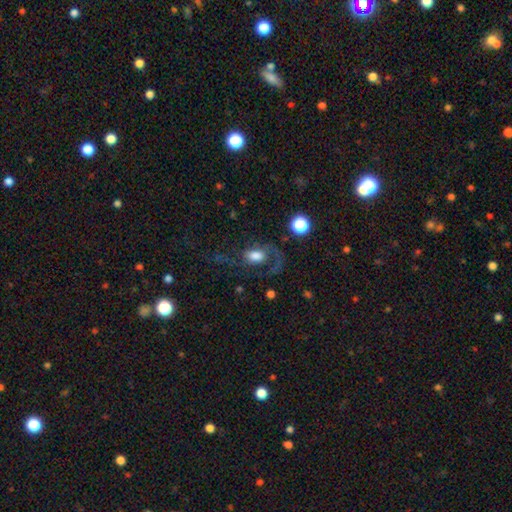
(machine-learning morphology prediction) Smooth or featured? smooth (46%)
Merging? none (41%)